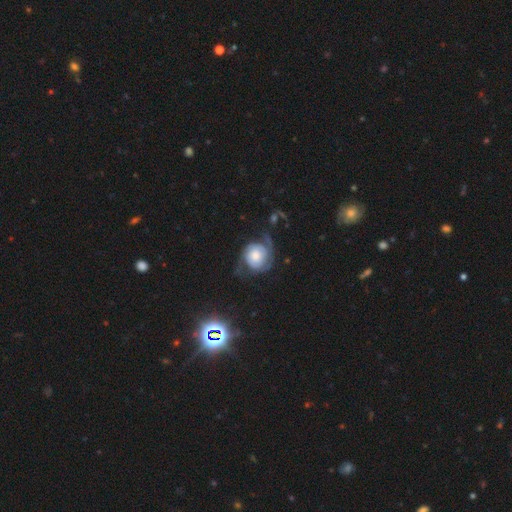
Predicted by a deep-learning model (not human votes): smooth_or_featured: featured or disk (p=0.68) [alt: smooth p=0.24]
disk_edge_on: no (p=0.97) [alt: yes p=0.03]
bar: no (p=0.78) [alt: weak p=0.18]
has_spiral_arms: yes (p=0.91) [alt: no p=0.09]
spiral_winding: tight (p=0.39) [alt: medium p=0.36]
spiral_arm_count: 2 (p=0.63) [alt: can't tell p=0.14]
bulge_size: moderate (p=0.34) [alt: large p=0.27]
merging: none (p=0.50) [alt: major disturbance p=0.26]